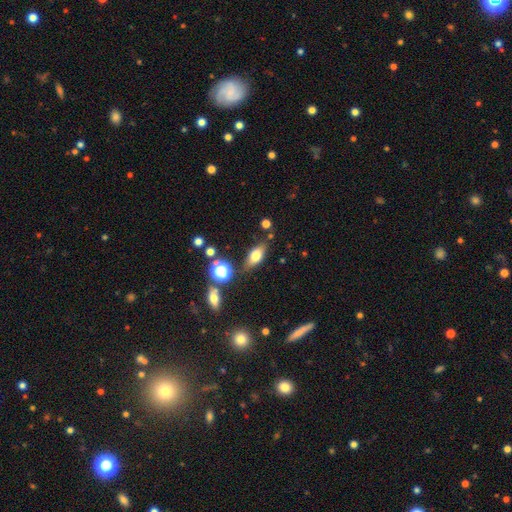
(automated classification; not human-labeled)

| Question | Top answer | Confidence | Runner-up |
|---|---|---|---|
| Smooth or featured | smooth | 63% | featured or disk (25%) |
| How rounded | in between | 76% | cigar-shaped (15%) |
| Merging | none | 76% | minor disturbance (14%) |